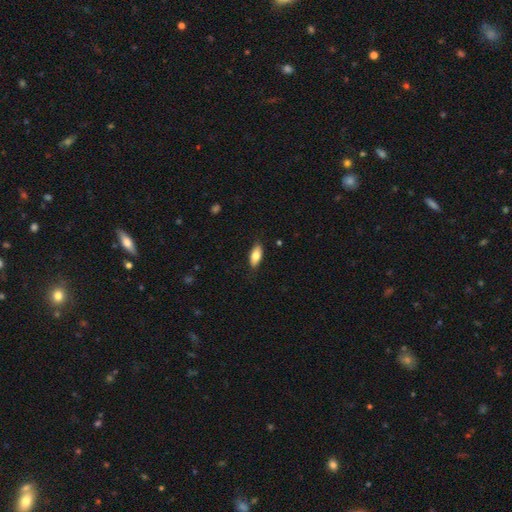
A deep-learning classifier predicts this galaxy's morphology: This appears to be a smooth galaxy with no disk features (77%) that is in between round and cigar-shaped (85%). Merging: none (84%).